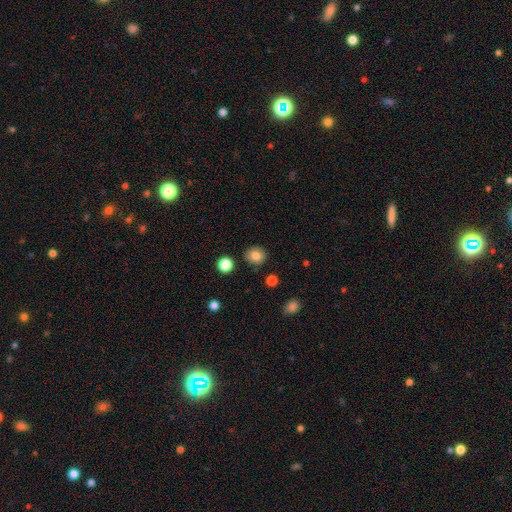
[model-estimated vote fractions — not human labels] smooth_or_featured: smooth (p=0.82) [alt: star or artifact p=0.11]
how_rounded: round (p=0.82) [alt: in between p=0.18]
merging: none (p=0.87) [alt: minor disturbance p=0.08]